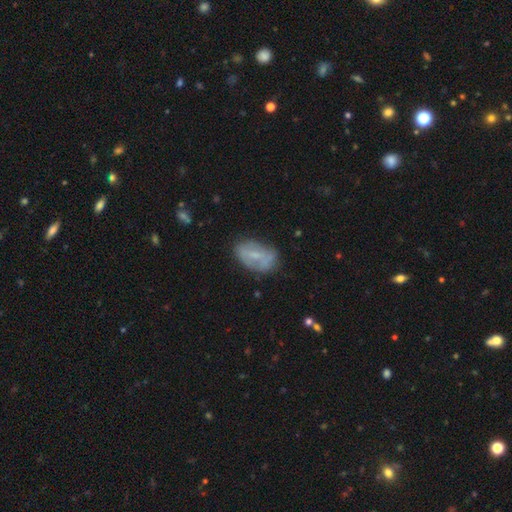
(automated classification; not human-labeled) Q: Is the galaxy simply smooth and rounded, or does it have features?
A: smooth — 49%.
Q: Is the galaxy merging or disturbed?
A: none — 62%.